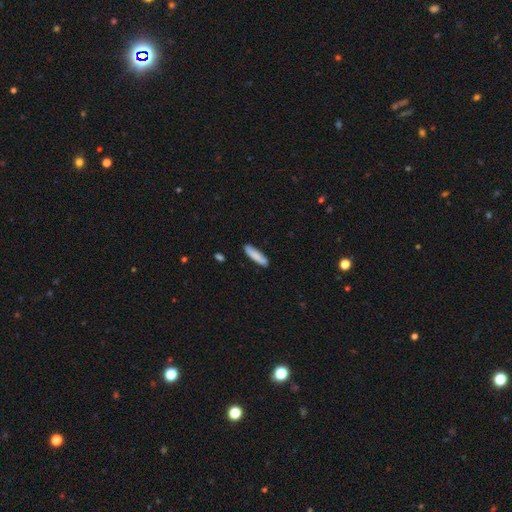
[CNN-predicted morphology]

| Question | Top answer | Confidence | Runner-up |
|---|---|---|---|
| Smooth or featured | smooth | 85% | featured or disk (9%) |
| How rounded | cigar-shaped | 78% | in between (20%) |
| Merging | none | 85% | minor disturbance (11%) |